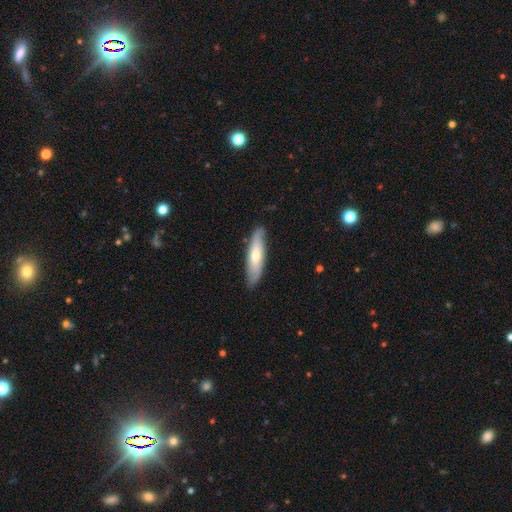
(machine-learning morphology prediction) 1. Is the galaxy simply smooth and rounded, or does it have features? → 54% smooth, 41% featured or disk, 5% star or artifact.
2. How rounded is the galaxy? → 66% cigar-shaped, 32% in between, 2% round.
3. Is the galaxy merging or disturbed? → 84% none, 13% minor disturbance, 2% major disturbance, 1% merger.